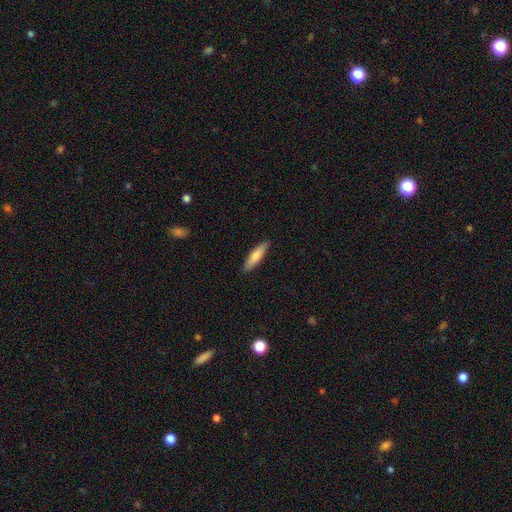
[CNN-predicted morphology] smooth-or-featured: smooth: 75% | featured or disk: 20% | star or artifact: 5%
  how-rounded: cigar-shaped: 71% | in between: 27% | round: 2%
  merging: none: 89% | minor disturbance: 8% | major disturbance: 2% | merger: 1%